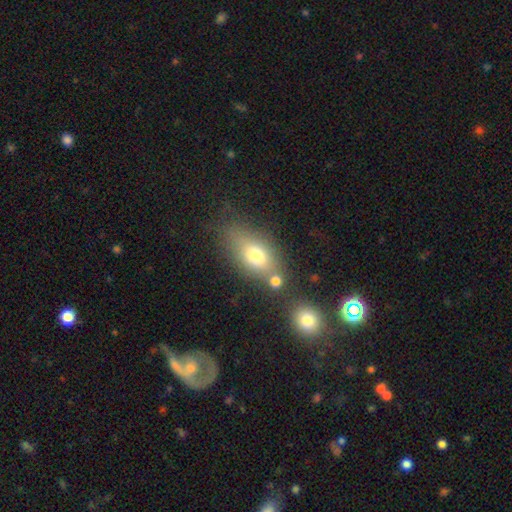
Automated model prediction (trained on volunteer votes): Smooth or featured: smooth — 71% (featured or disk — 18%)
How rounded: in between — 77% (round — 14%)
Merging: none — 58% (merger — 19%)